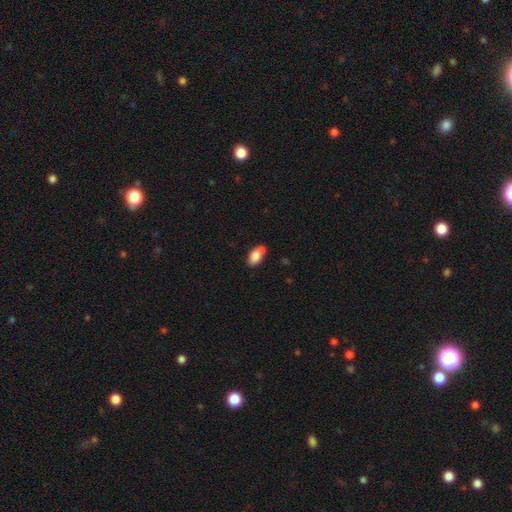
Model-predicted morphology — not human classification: The model was most divided on "merging": none: 57%, minor disturbance: 24%, merger: 15%, major disturbance: 5%. More confident: how rounded — in between (90%); smooth or featured — smooth (81%).